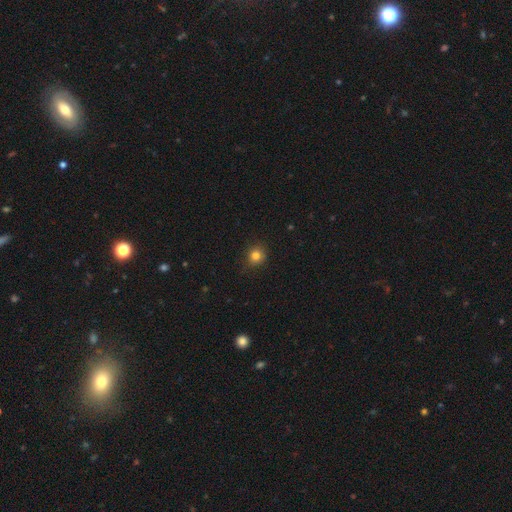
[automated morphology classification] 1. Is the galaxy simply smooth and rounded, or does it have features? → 81% smooth, 13% star or artifact, 6% featured or disk.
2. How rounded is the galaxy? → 87% round, 12% in between, 1% cigar-shaped.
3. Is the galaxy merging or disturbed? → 84% none, 12% minor disturbance, 3% major disturbance, 1% merger.